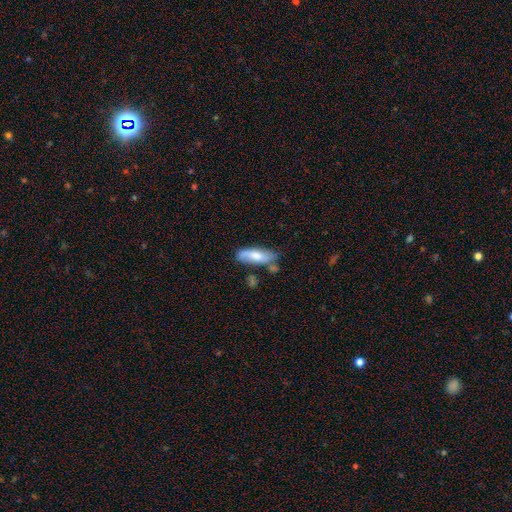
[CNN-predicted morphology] The model was most divided on "how rounded": in between: 63%, cigar-shaped: 35%, round: 2%. More confident: smooth or featured — smooth (67%); merging — none (59%).